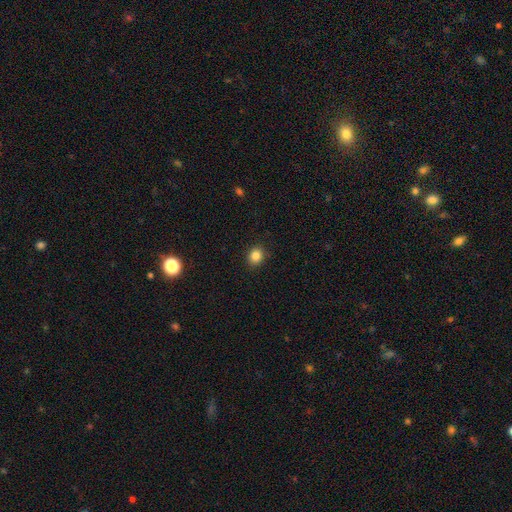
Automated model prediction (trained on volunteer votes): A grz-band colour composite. It shows a smooth galaxy with no disk features (84%) that is round (64%). Merging: none (89%).